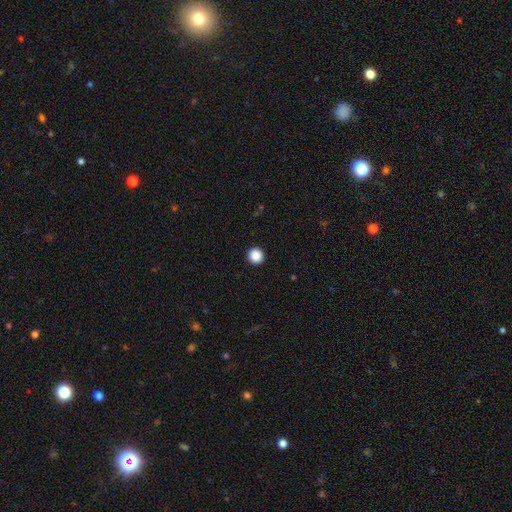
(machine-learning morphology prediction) type=smooth (88%); roundness=round (96%); merging=none (94%).